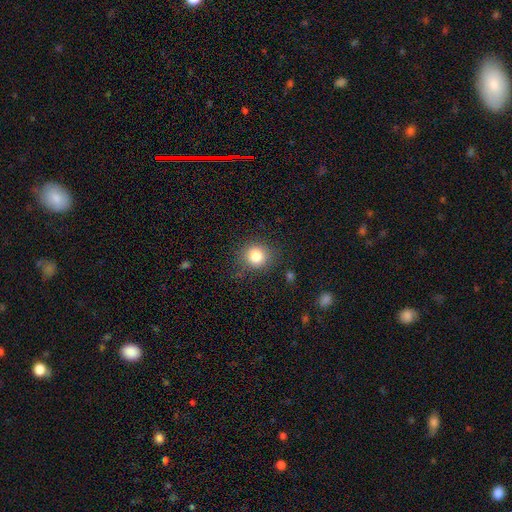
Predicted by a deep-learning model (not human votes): Smooth or featured? smooth (83%)
How rounded? round (86%)
Merging? none (83%)